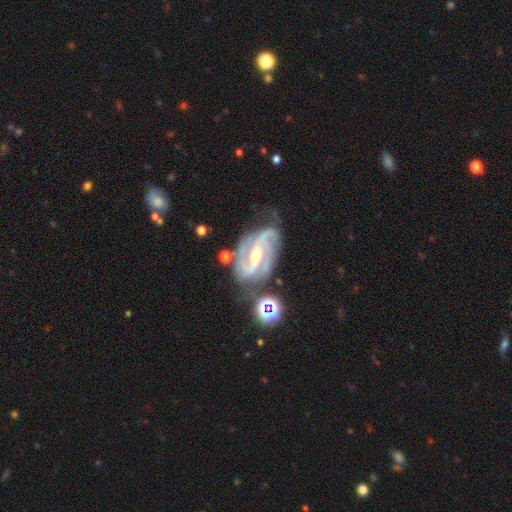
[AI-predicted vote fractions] Q: Smooth or featured?
A: featured or disk (91%); runner-up: star or artifact (6%)
Q: Edge-on disk?
A: no (97%); runner-up: yes (3%)
Q: Bar?
A: strong (41%); runner-up: weak (37%)
Q: Spiral arms?
A: yes (98%); runner-up: no (2%)
Q: Spiral winding?
A: medium (50%); runner-up: tight (38%)
Q: Spiral arm count?
A: 2 (49%); runner-up: 3 (29%)
Q: Bulge size?
A: small (54%); runner-up: moderate (42%)
Q: Merging?
A: none (61%); runner-up: minor disturbance (23%)